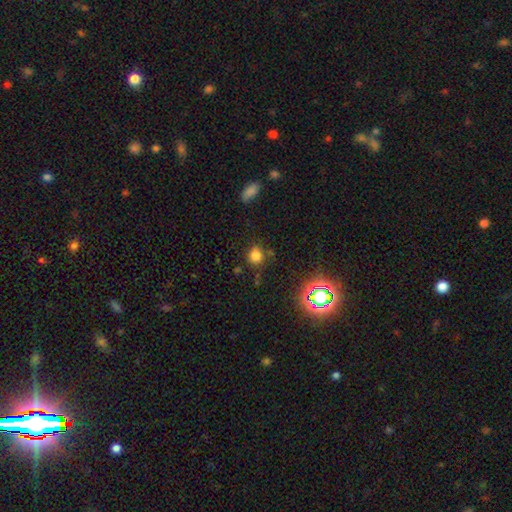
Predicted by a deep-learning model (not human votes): Smooth or featured? Predicted: smooth (p=0.76). How rounded? Predicted: round (p=0.79). Merging? Predicted: none (p=0.76).